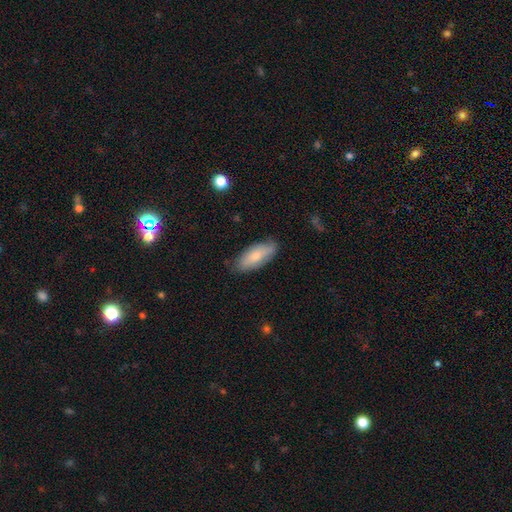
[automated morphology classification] This is likely a smooth galaxy (73%). How rounded: likely in between (80%). Merging: likely none (77%).